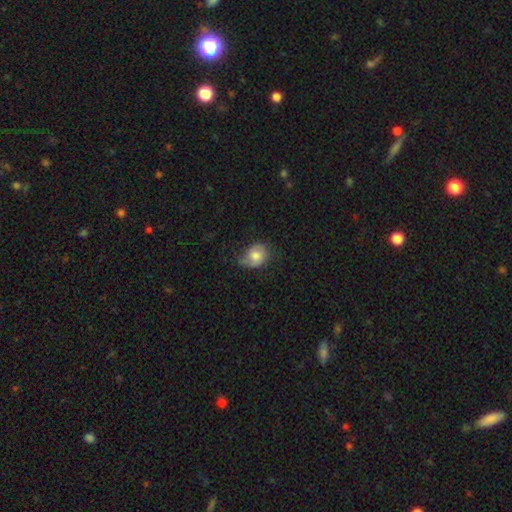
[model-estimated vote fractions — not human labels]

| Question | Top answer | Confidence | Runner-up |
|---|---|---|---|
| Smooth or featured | smooth | 68% | featured or disk (24%) |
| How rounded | in between | 52% | round (47%) |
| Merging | none | 49% | minor disturbance (36%) |